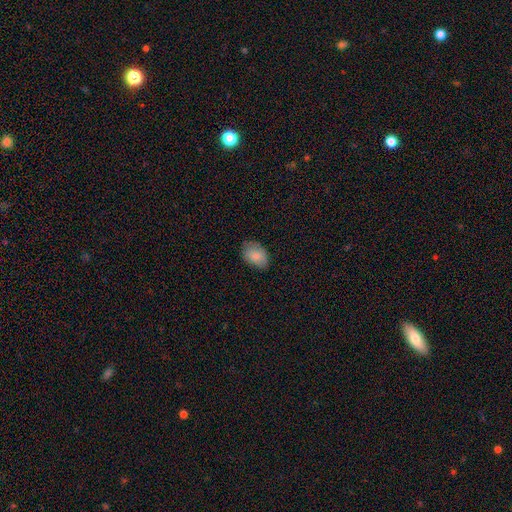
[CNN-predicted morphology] smooth-or-featured: smooth: 83% | featured or disk: 9% | star or artifact: 7%
  how-rounded: in between: 86% | round: 13% | cigar-shaped: 1%
  merging: none: 77% | minor disturbance: 19% | major disturbance: 4% | merger: 1%